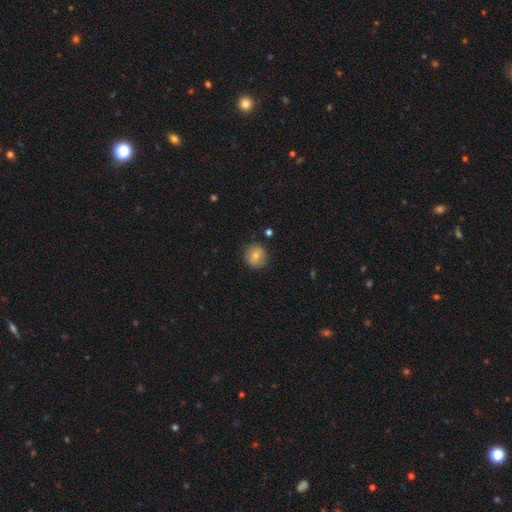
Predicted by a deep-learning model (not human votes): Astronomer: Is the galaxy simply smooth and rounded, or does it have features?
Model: smooth — 74%.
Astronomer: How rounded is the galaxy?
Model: round — 87%.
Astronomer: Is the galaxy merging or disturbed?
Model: none — 85%.